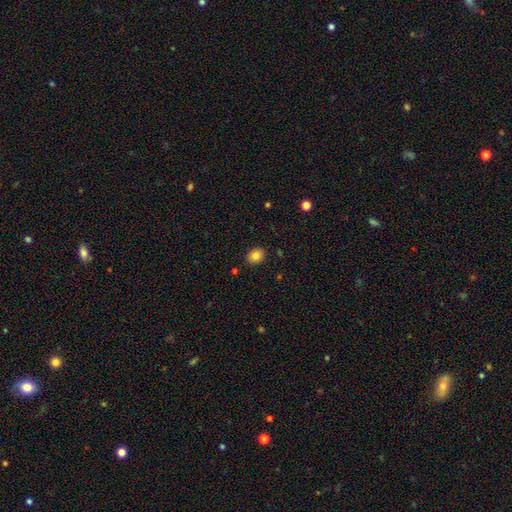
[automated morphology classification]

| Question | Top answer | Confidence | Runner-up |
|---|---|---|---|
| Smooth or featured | smooth | 84% | star or artifact (10%) |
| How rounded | round | 51% | in between (48%) |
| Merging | none | 88% | minor disturbance (9%) |